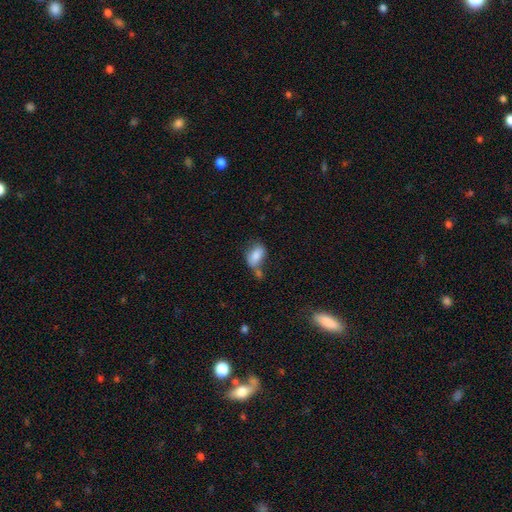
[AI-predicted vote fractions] Overall: smooth (78%). How rounded: in between (86%). Merging: none (39%; merger 25%).